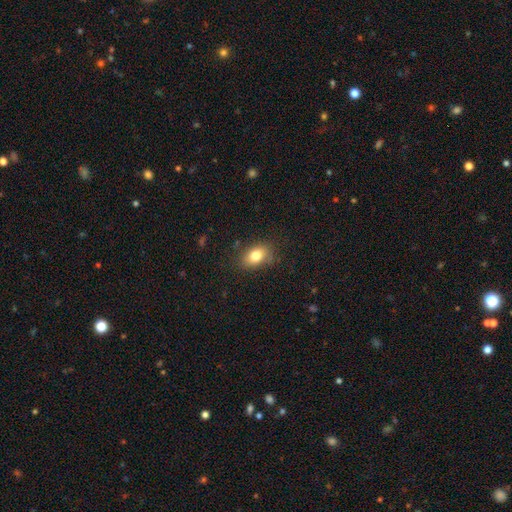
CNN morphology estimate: The model was most divided on "how rounded": in between: 82%, round: 17%, cigar-shaped: 2%. More confident: merging — none (81%); smooth or featured — smooth (80%).